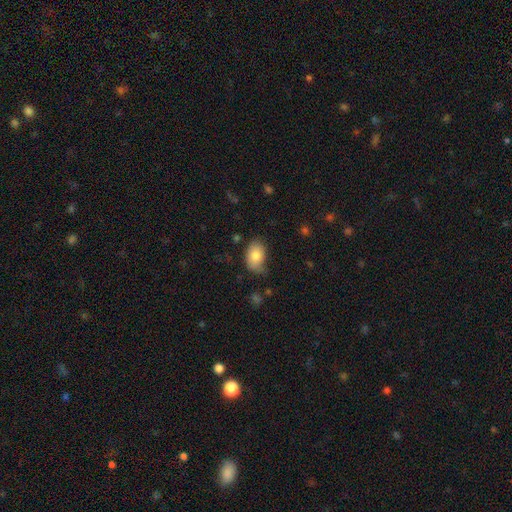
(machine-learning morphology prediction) This appears to be a smooth galaxy with no disk features (81%) that is in between round and cigar-shaped (84%). Merging: none (62%).